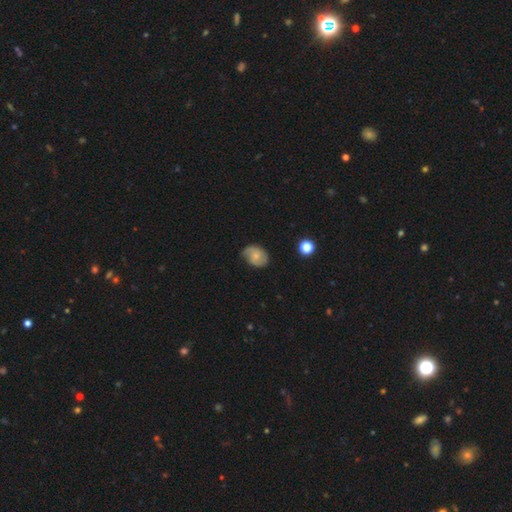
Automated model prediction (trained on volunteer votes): smooth_or_featured: featured or disk (p=0.52) [alt: smooth p=0.40]
disk_edge_on: no (p=0.97) [alt: yes p=0.03]
merging: none (p=0.62) [alt: minor disturbance p=0.29]